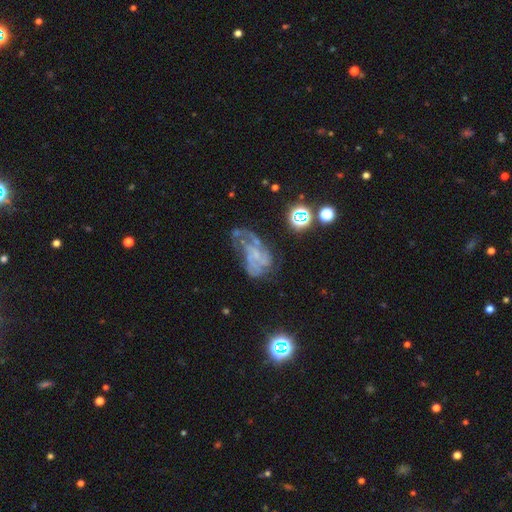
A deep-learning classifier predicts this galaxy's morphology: Smooth or featured? Predicted: featured or disk (p=0.68). Edge-on disk? Predicted: no (p=0.97). Bar? Predicted: no (p=0.73). Spiral arms? Predicted: yes (p=0.64). Bulge size? Predicted: none (p=0.54). Merging? Predicted: major disturbance (p=0.40).